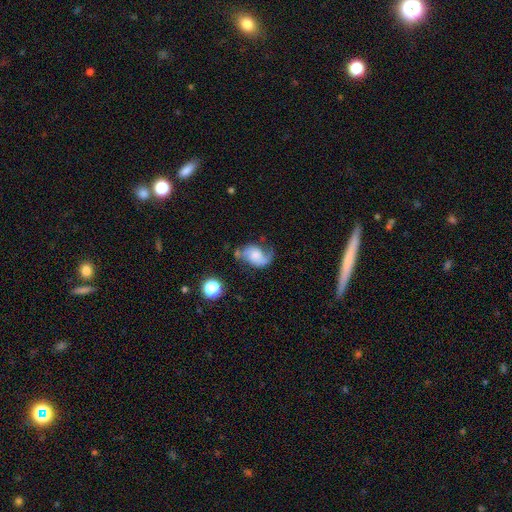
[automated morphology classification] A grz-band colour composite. It shows a featured or disk galaxy (63%) with no bar (66%), 2 (71%) loose (51%) spiral arms (89%) and a small central bulge (30%). Merging: none (44%).